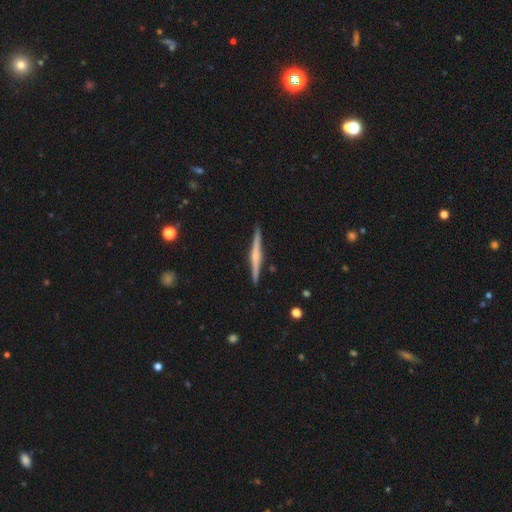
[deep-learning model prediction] Q: Smooth or featured?
A: featured or disk (74%); runner-up: smooth (20%)
Q: Edge-on disk?
A: yes (98%); runner-up: no (2%)
Q: Edge-on bulge?
A: rounded (70%); runner-up: none (16%)
Q: Merging?
A: none (91%); runner-up: minor disturbance (6%)